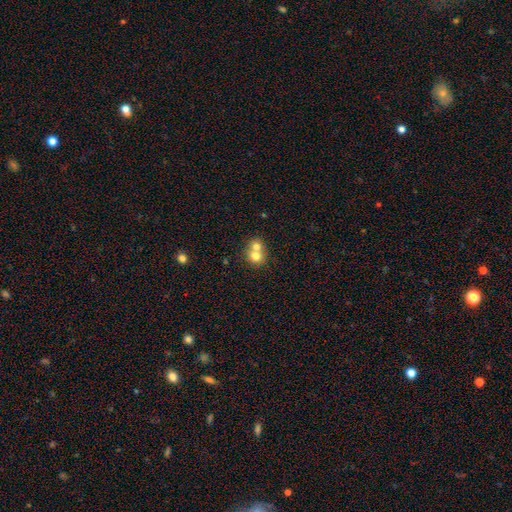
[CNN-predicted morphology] Q: Smooth or featured?
A: smooth (71%); runner-up: featured or disk (19%)
Q: How rounded?
A: round (75%); runner-up: in between (24%)
Q: Merging?
A: merger (64%); runner-up: none (29%)